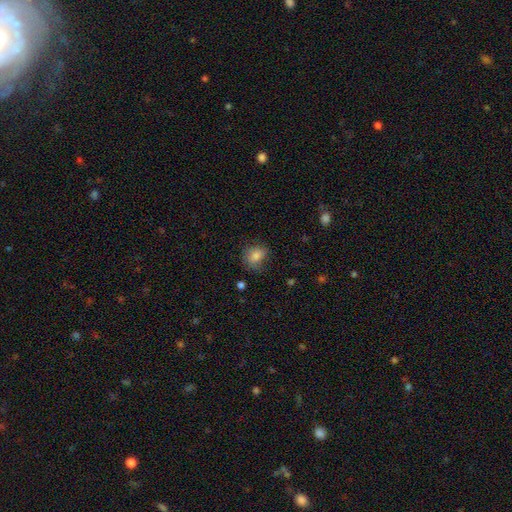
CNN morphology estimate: smooth_or_featured: smooth (p=0.78) [alt: featured or disk p=0.12]
how_rounded: round (p=0.55) [alt: in between p=0.43]
merging: none (p=0.65) [alt: minor disturbance p=0.25]